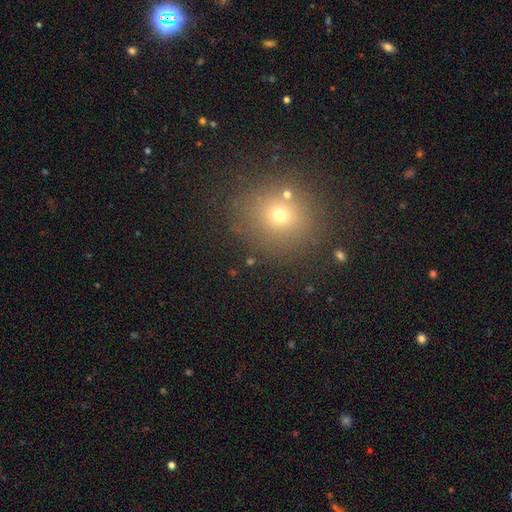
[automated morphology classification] Smooth or featured? Predicted: smooth (p=0.59). How rounded? Predicted: round (p=0.83). Merging? Predicted: none (p=0.83).